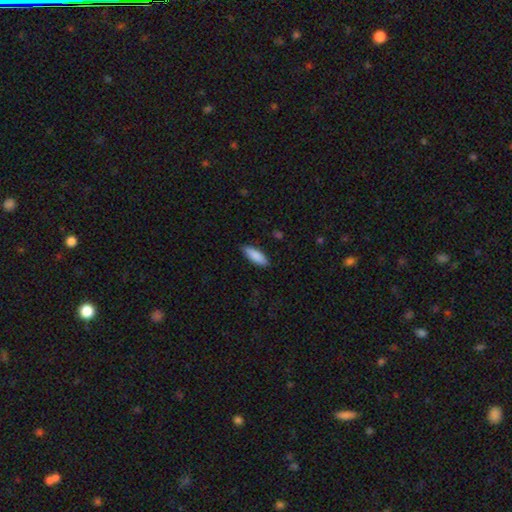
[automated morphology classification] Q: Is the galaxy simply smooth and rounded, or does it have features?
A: smooth — 87%.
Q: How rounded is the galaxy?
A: in between — 63%.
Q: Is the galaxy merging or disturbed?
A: none — 87%.